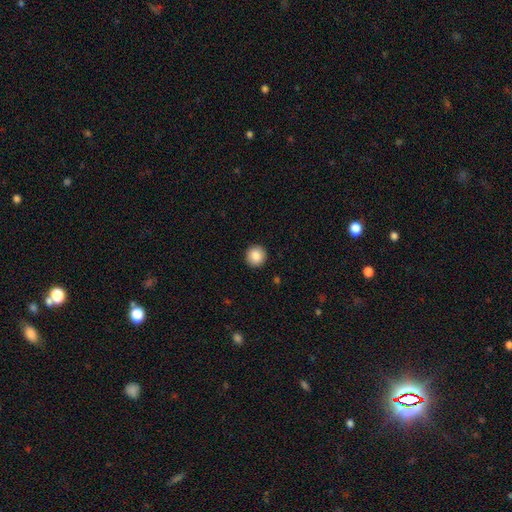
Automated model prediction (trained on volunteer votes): Overall: smooth (87%). How rounded: round (94%). Merging: none (93%).